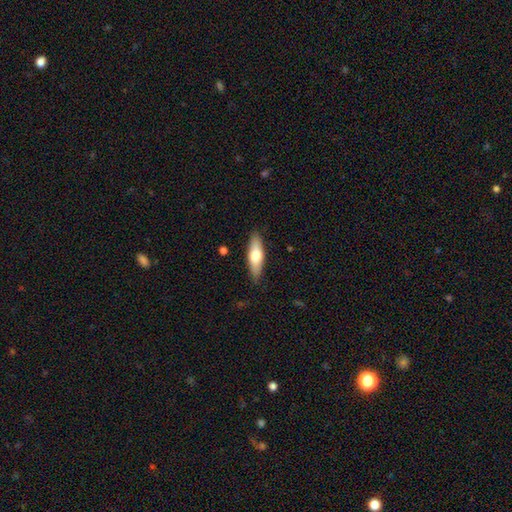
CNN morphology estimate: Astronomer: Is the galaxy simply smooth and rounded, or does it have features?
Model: smooth — 60%.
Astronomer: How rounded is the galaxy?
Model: cigar-shaped — 49%, tied with in between at 49%.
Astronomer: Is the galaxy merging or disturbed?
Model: none — 87%.